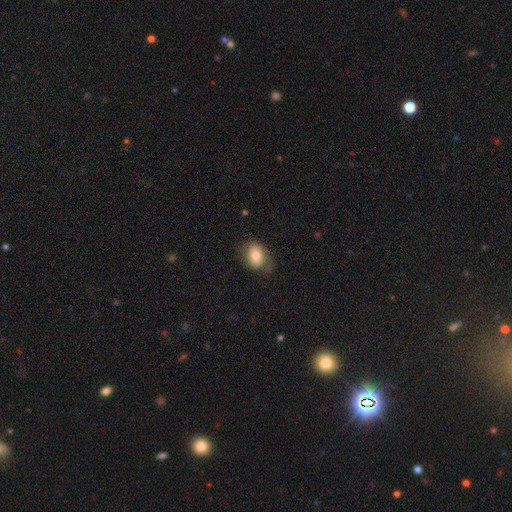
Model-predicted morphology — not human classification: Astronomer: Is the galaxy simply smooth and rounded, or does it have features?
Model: smooth — 67%.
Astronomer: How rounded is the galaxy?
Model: in between — 68%.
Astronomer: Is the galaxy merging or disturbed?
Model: none — 56%.